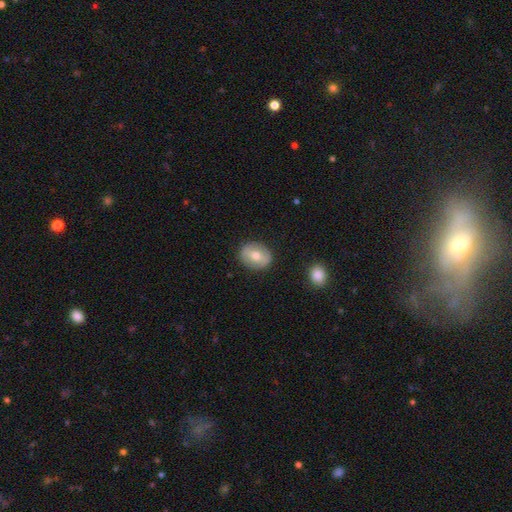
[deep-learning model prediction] Smooth or featured?
  - smooth: 59% *
  - featured or disk: 34%
  - star or artifact: 7%
How rounded?
  - round: 52% *
  - in between: 47%
  - cigar-shaped: 1%
Merging?
  - none: 86% *
  - minor disturbance: 10%
  - major disturbance: 3%
  - merger: 1%